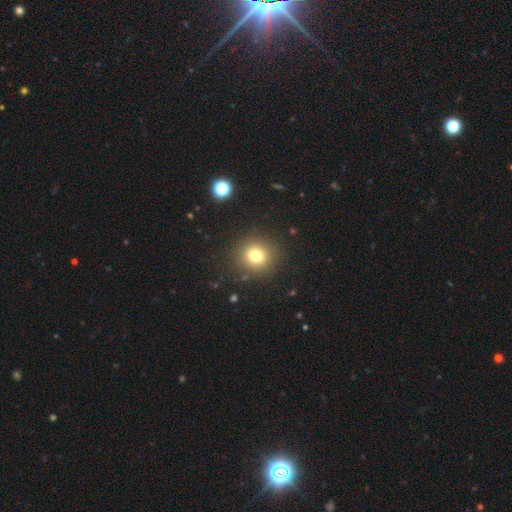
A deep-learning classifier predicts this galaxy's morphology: smooth_or_featured: smooth (p=0.76) [alt: star or artifact p=0.15]
how_rounded: round (p=0.89) [alt: in between p=0.10]
merging: none (p=0.88) [alt: minor disturbance p=0.07]